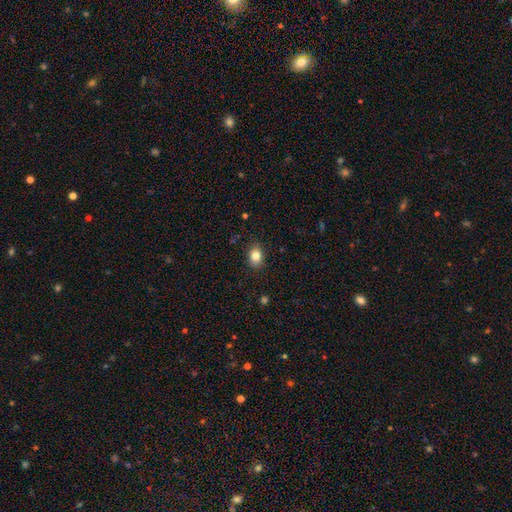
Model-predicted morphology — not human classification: A smooth galaxy with no disk features (83%) that is in between round and cigar-shaped (65%).

Vote fractions:
- Smooth or featured? smooth: 83% / star or artifact: 10% / featured or disk: 7%
- How rounded? in between: 65% / round: 34% / cigar-shaped: 1%
- Merging? none: 87% / minor disturbance: 10% / major disturbance: 2% / merger: 1%